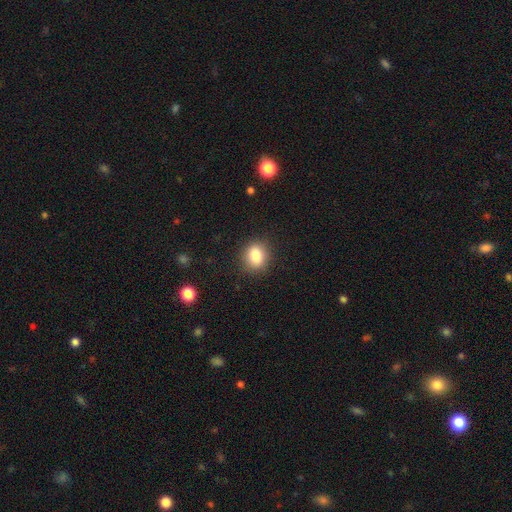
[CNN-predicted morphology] smooth-or-featured: smooth: 83% | star or artifact: 10% | featured or disk: 7%
  how-rounded: round: 55% | in between: 44% | cigar-shaped: 1%
  merging: none: 87% | minor disturbance: 9% | major disturbance: 3% | merger: 1%